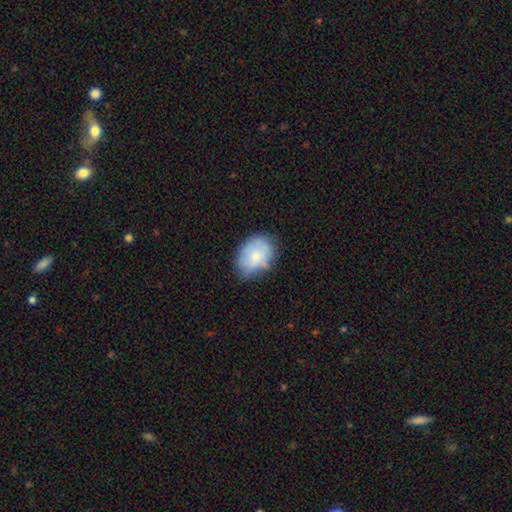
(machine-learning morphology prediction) This appears to be a smooth galaxy with no disk features (67%) that is in between round and cigar-shaped (73%). Merging: none (59%).